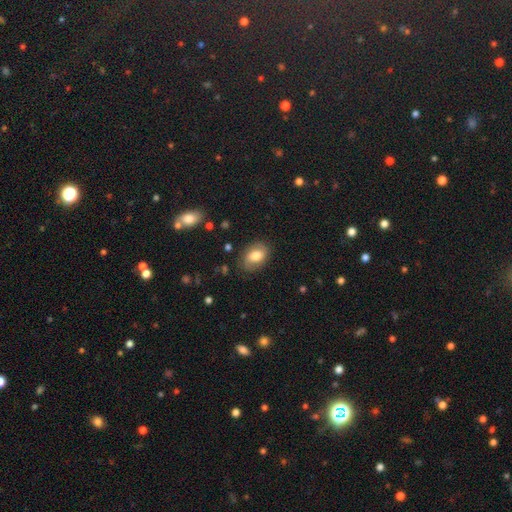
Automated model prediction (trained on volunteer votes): A smooth galaxy with no disk features (71%) that is in between round and cigar-shaped (83%).

Vote fractions:
- Smooth or featured? smooth: 71% / featured or disk: 21% / star or artifact: 8%
- How rounded? in between: 83% / round: 16% / cigar-shaped: 1%
- Merging? none: 79% / minor disturbance: 15% / major disturbance: 4% / merger: 1%